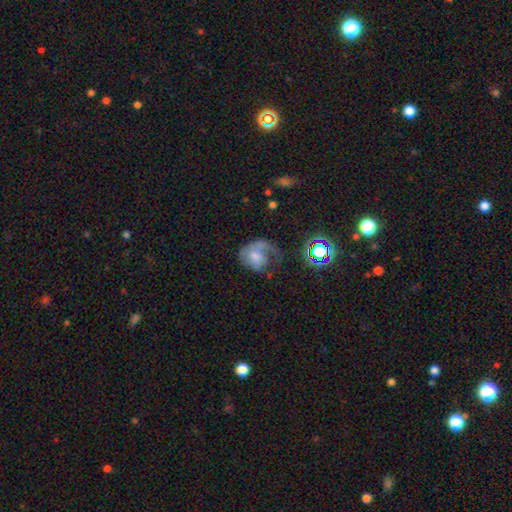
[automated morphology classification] Smooth or featured? featured or disk (58%)
Edge-on disk? no (98%)
Bar? no (69%)
Spiral arms? yes (80%)
Bulge size? moderate (39%)
Merging? major disturbance (45%)